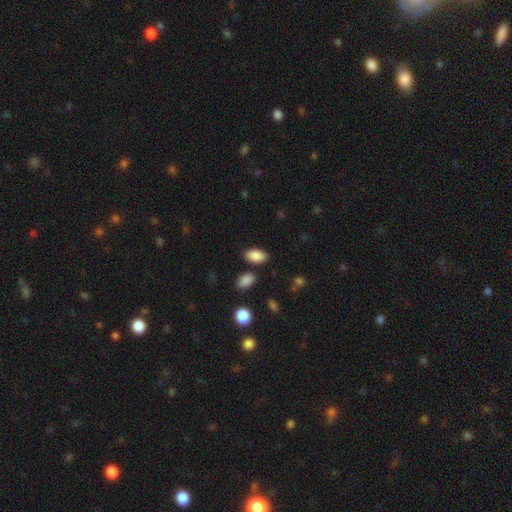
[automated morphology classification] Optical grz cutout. It shows a smooth galaxy with no disk features (88%) that is in between round and cigar-shaped (93%). Merging: none (84%).